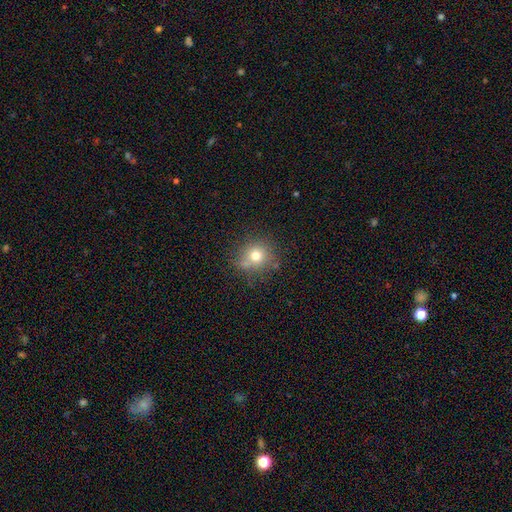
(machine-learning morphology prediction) smooth-or-featured: smooth: 73% | star or artifact: 14% | featured or disk: 12%
  how-rounded: round: 86% | in between: 13% | cigar-shaped: 1%
  merging: none: 70% | minor disturbance: 17% | merger: 8% | major disturbance: 5%